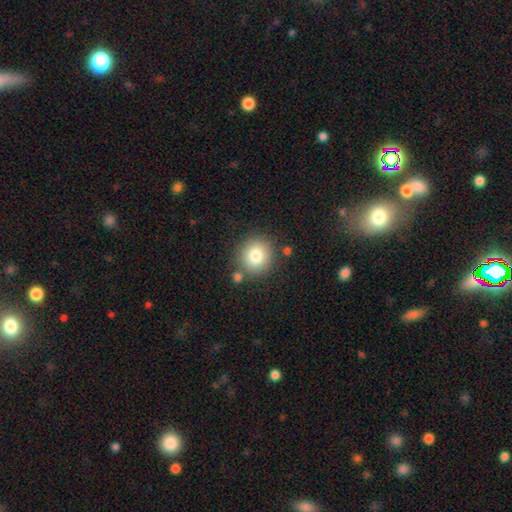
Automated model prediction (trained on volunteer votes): Smooth or featured? smooth (80%)
How rounded? round (88%)
Merging? none (80%)